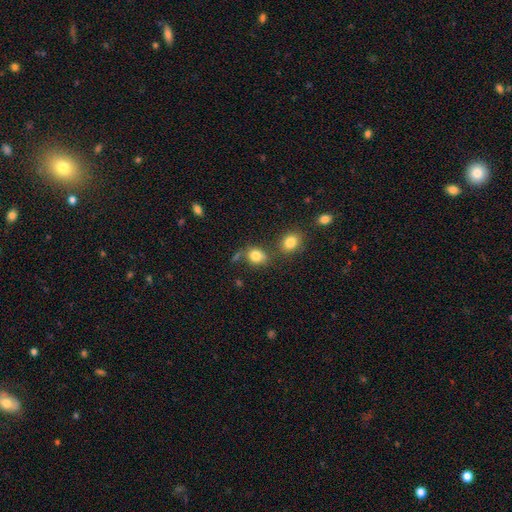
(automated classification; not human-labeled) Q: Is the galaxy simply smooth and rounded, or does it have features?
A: smooth — 81%.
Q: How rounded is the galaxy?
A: round — 53%.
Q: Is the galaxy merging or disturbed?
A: none — 60%.